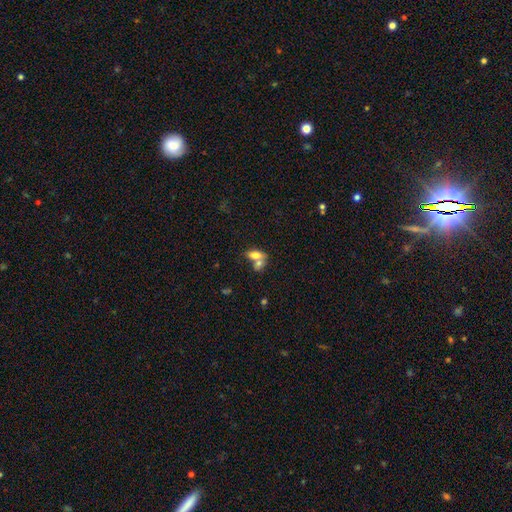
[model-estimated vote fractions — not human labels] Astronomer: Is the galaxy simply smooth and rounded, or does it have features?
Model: smooth — 72%.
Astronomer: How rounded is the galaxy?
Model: in between — 84%.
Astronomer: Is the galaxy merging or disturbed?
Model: merger — 60%.